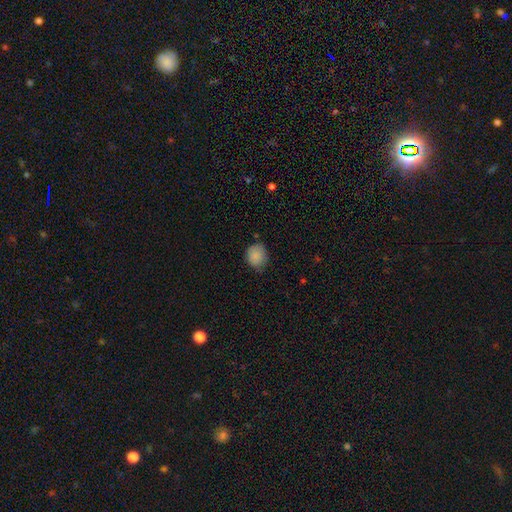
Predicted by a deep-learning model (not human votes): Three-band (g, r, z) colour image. It shows a smooth galaxy with no disk features (86%) that is round (69%). Merging: none (67%).